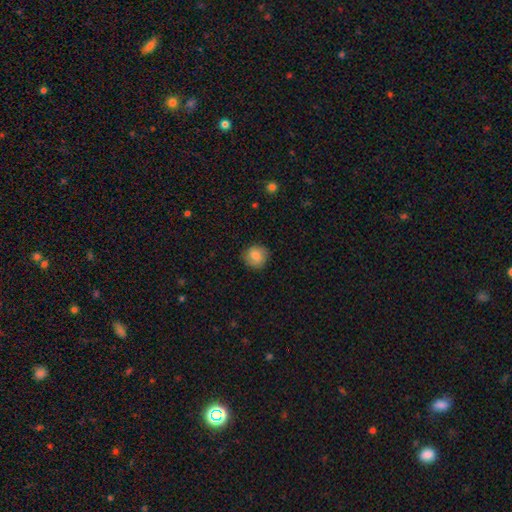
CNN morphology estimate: Smooth or featured?
  - smooth: 82% *
  - featured or disk: 9%
  - star or artifact: 8%
How rounded?
  - round: 86% *
  - in between: 13%
  - cigar-shaped: 1%
Merging?
  - none: 82% *
  - minor disturbance: 14%
  - major disturbance: 3%
  - merger: 1%